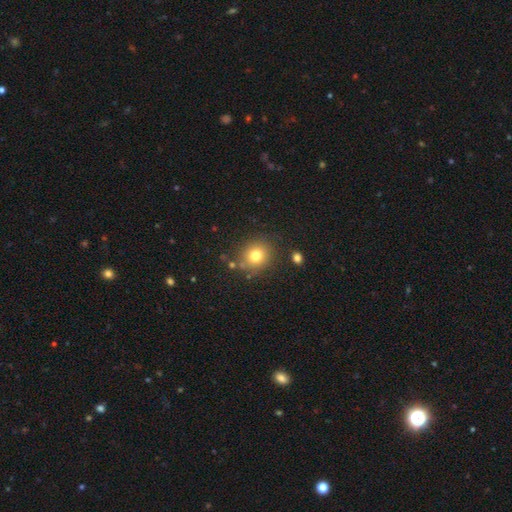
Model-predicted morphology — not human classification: Smooth or featured?
  - smooth: 77% *
  - star or artifact: 13%
  - featured or disk: 10%
How rounded?
  - round: 80% *
  - in between: 19%
  - cigar-shaped: 1%
Merging?
  - none: 79% *
  - minor disturbance: 11%
  - merger: 5%
  - major disturbance: 4%